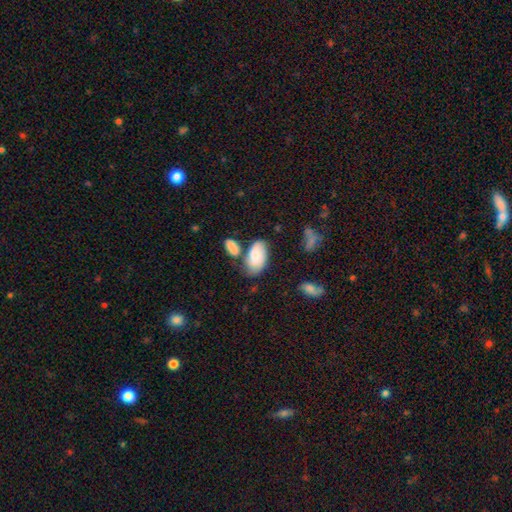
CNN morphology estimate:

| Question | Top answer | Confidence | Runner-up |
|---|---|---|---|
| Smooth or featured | smooth | 74% | featured or disk (19%) |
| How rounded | in between | 94% | round (3%) |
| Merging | none | 49% | merger (22%) |